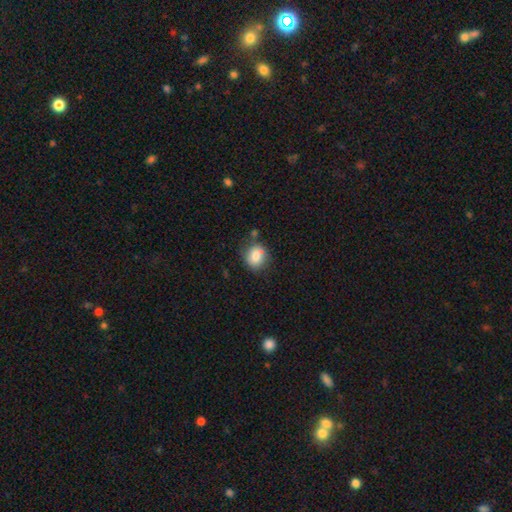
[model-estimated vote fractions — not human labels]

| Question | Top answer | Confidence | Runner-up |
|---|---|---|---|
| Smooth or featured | smooth | 81% | featured or disk (10%) |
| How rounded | round | 68% | in between (31%) |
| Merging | none | 68% | minor disturbance (19%) |